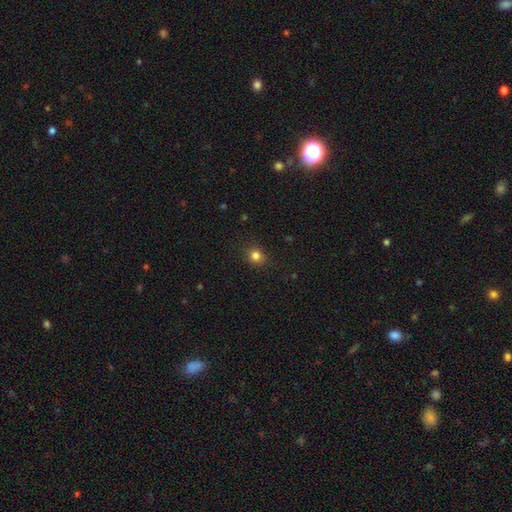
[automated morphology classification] The model was most divided on "how rounded": round: 80%, in between: 19%, cigar-shaped: 1%. More confident: merging — none (88%); smooth or featured — smooth (82%).